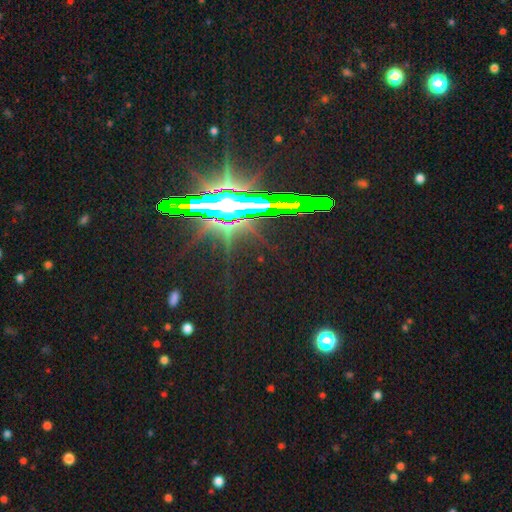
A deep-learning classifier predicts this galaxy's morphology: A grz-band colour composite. It shows a star or artifact, not a galaxy (71%).